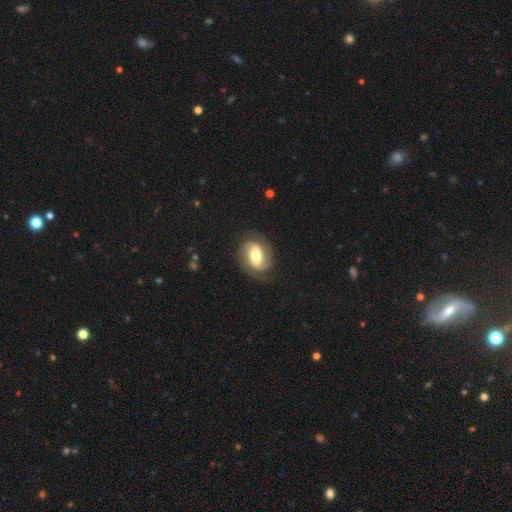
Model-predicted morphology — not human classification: This appears to be a featured or disk galaxy (60%) with a weak bar (34%), spiral arms (83%) and a moderate central bulge (59%). Merging: none (78%).